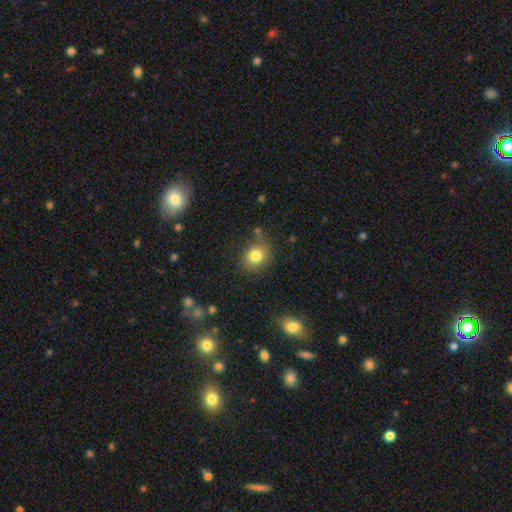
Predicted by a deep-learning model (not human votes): A smooth galaxy with no disk features (80%) that is round (71%). Merging: none (72%).